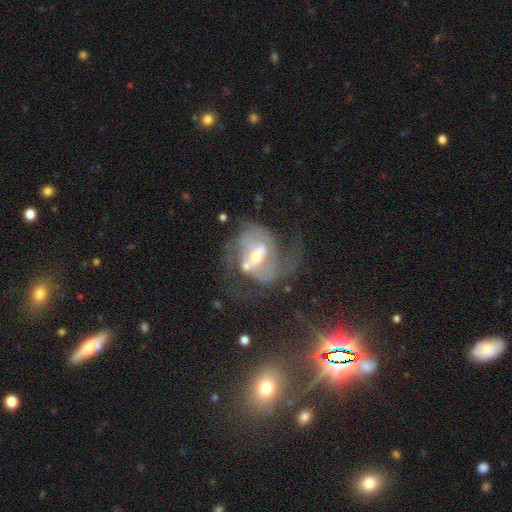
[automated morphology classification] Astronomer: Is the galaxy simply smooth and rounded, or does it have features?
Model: featured or disk — 79%.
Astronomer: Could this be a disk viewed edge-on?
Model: no — 97%.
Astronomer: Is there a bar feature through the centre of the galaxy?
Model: weak — 44% (runner-up: strong, 29%).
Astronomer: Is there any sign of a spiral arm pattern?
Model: yes — 81%.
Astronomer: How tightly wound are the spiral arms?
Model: medium — 46% (runner-up: loose, 32%).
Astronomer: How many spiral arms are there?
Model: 2 — 63%.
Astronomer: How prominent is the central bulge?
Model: moderate — 53% (runner-up: small, 39%).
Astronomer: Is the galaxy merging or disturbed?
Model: none — 36% (runner-up: major disturbance, 32%).